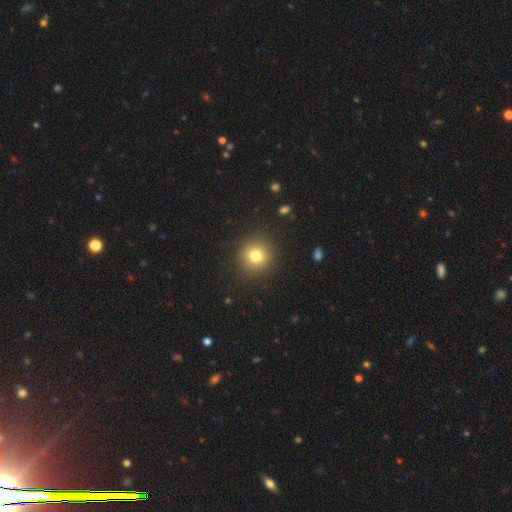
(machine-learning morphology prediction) A smooth galaxy with no disk features (78%) that is round (92%).

Vote fractions:
- Smooth or featured? smooth: 78% / star or artifact: 13% / featured or disk: 9%
- How rounded? round: 92% / in between: 8% / cigar-shaped: 1%
- Merging? none: 90% / minor disturbance: 6% / major disturbance: 3% / merger: 1%